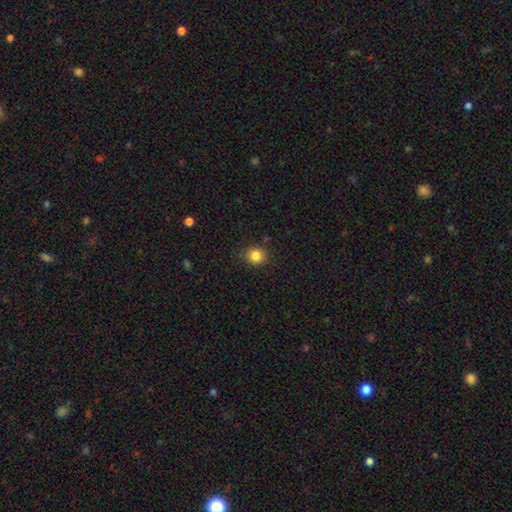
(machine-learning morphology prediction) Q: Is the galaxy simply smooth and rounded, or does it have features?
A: smooth — 84%.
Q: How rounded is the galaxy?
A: round — 90%.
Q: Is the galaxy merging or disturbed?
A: none — 89%.